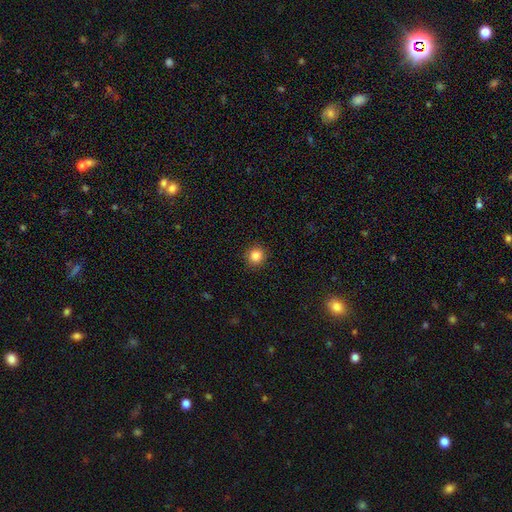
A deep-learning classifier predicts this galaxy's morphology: Smooth or featured?
  - smooth: 85% *
  - star or artifact: 11%
  - featured or disk: 4%
How rounded?
  - round: 93% *
  - in between: 6%
  - cigar-shaped: 1%
Merging?
  - none: 92% *
  - minor disturbance: 5%
  - major disturbance: 2%
  - merger: 1%